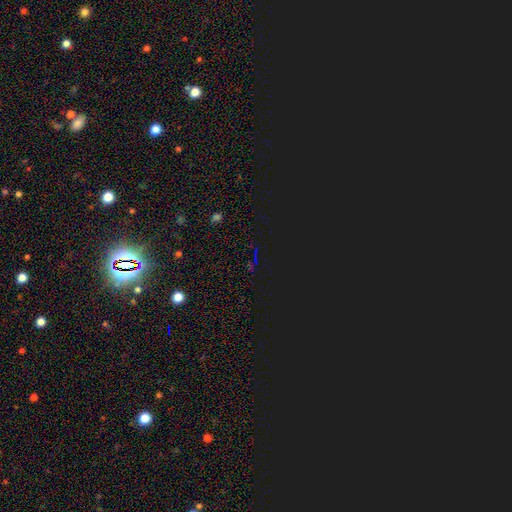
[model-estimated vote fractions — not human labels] Smooth or featured: star or artifact — 80% (smooth — 12%)